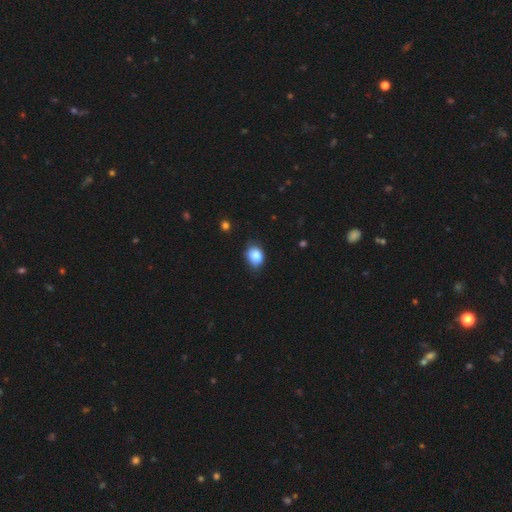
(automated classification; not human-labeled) Q: Smooth or featured?
A: smooth (86%); runner-up: star or artifact (8%)
Q: How rounded?
A: in between (64%); runner-up: round (35%)
Q: Merging?
A: none (64%); runner-up: minor disturbance (30%)